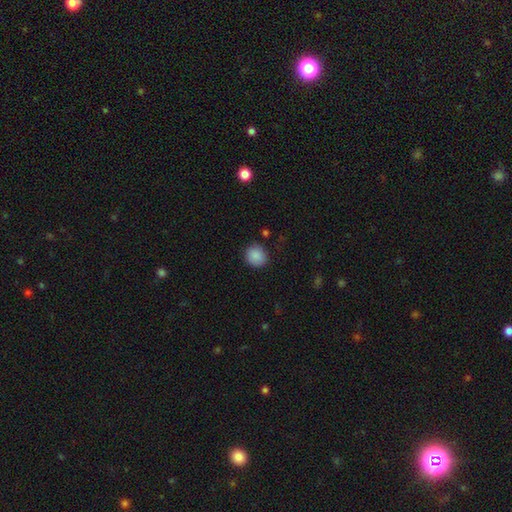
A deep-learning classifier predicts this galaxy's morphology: Q: Smooth or featured?
A: smooth (88%); runner-up: star or artifact (9%)
Q: How rounded?
A: round (86%); runner-up: in between (13%)
Q: Merging?
A: none (85%); runner-up: minor disturbance (10%)